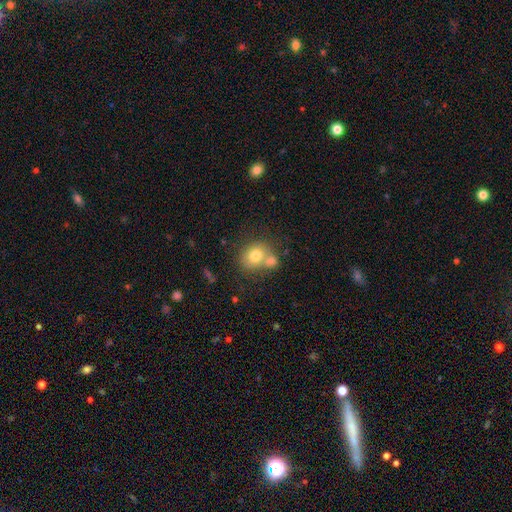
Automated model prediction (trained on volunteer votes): smooth_or_featured: smooth (p=0.75) [alt: featured or disk p=0.15]
how_rounded: round (p=0.69) [alt: in between p=0.31]
merging: none (p=0.43) [alt: merger p=0.41]